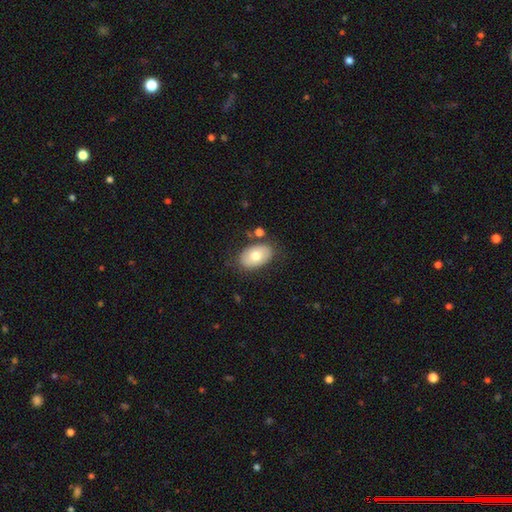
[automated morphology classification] Smooth or featured? smooth (73%)
How rounded? in between (90%)
Merging? none (76%)